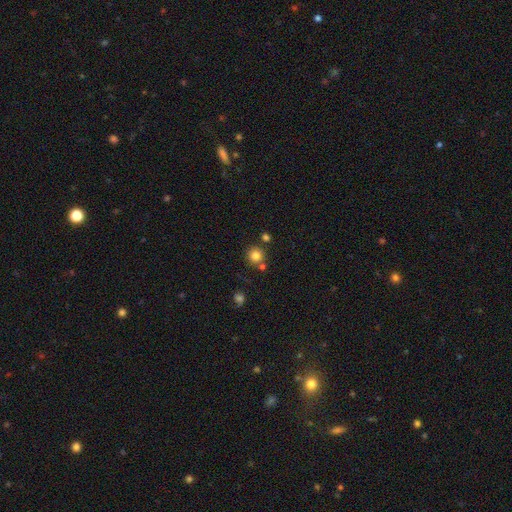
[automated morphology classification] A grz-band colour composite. It shows a smooth galaxy with no disk features (81%) that is round (93%). Merging: none (76%).